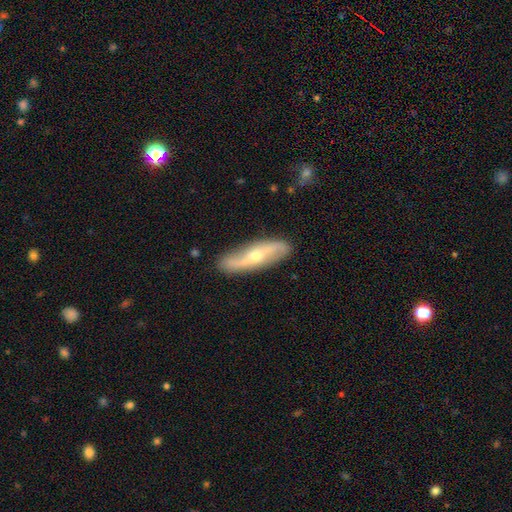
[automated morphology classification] Smooth or featured: featured or disk — 74% (smooth — 21%)
Edge-on disk: no — 75% (yes — 25%)
Bar: no — 53% (weak — 32%)
Spiral arms: yes — 89% (no — 11%)
Bulge size: moderate — 54% (small — 42%)
Merging: none — 85% (minor disturbance — 11%)